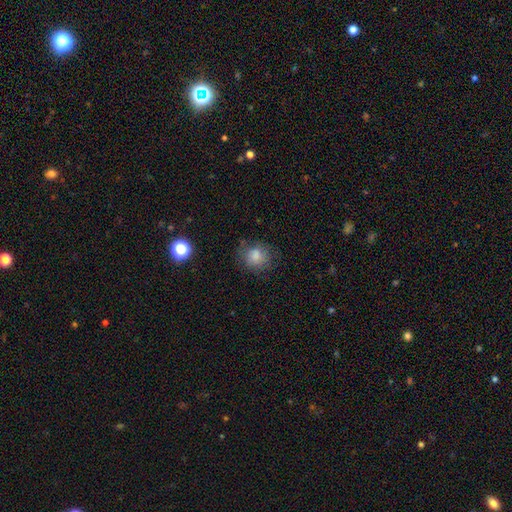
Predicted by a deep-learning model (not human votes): Overall: smooth (79%). How rounded: round (76%). Merging: none (70%).